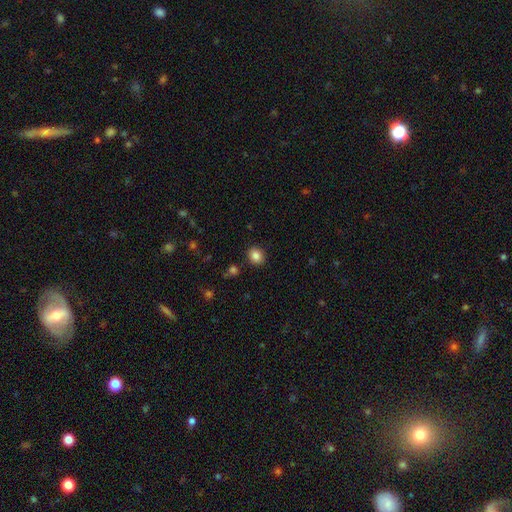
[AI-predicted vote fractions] Smooth or featured? smooth (85%)
How rounded? round (69%)
Merging? none (89%)